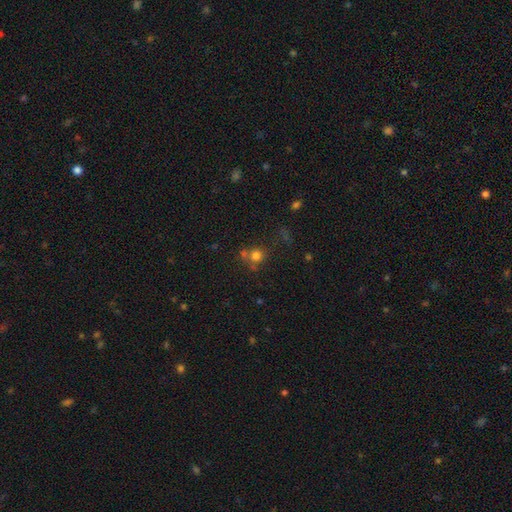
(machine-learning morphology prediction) Smooth or featured? smooth (75%)
How rounded? round (88%)
Merging? none (57%)